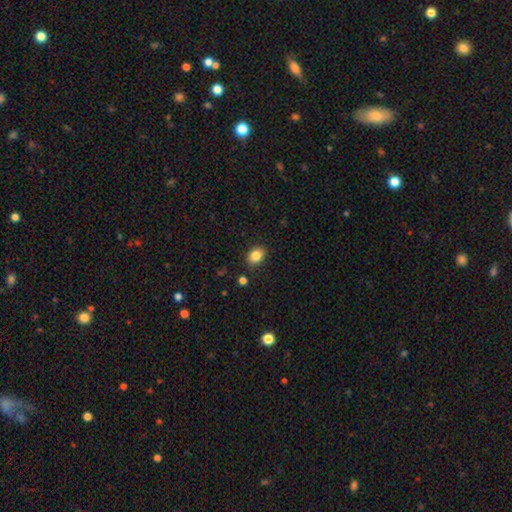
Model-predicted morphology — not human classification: This appears to be a smooth galaxy with no disk features (84%) that is in between round and cigar-shaped (65%). Merging: none (85%).